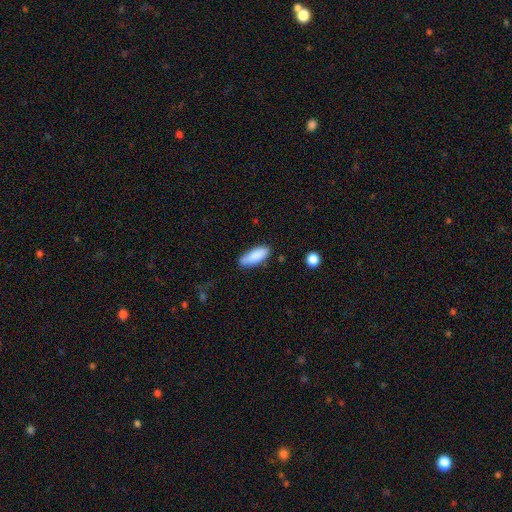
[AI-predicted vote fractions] Smooth or featured?
  - smooth: 87% *
  - featured or disk: 7%
  - star or artifact: 6%
How rounded?
  - in between: 71% *
  - cigar-shaped: 27%
  - round: 2%
Merging?
  - none: 77% *
  - minor disturbance: 17%
  - major disturbance: 3%
  - merger: 2%